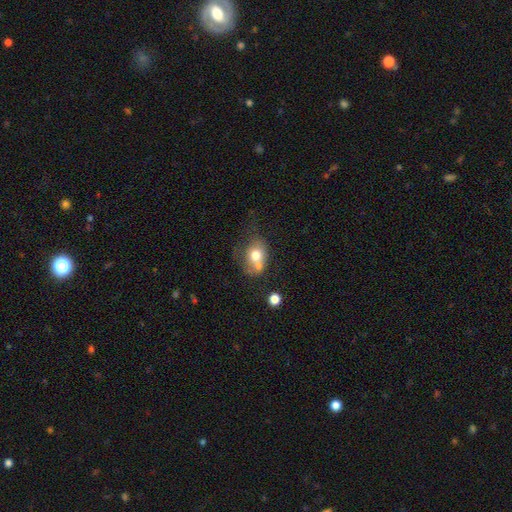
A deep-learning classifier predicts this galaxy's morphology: Smooth or featured? smooth (70%)
How rounded? in between (53%)
Merging? merger (36%)